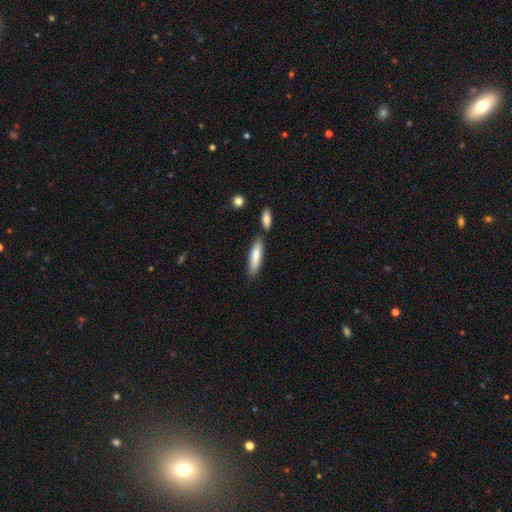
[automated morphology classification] smooth-or-featured: smooth: 80% | featured or disk: 14% | star or artifact: 5%
  how-rounded: cigar-shaped: 64% | in between: 35% | round: 2%
  merging: none: 75% | minor disturbance: 12% | merger: 10% | major disturbance: 3%